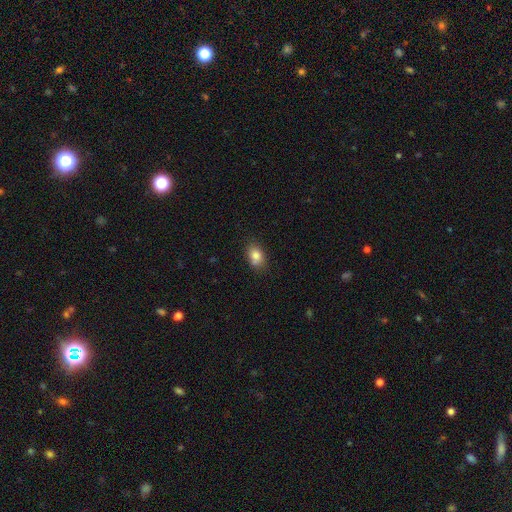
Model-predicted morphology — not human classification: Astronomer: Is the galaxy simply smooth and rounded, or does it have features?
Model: smooth — 82%.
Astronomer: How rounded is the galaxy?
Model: in between — 78%.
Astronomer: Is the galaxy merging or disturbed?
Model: none — 75%.